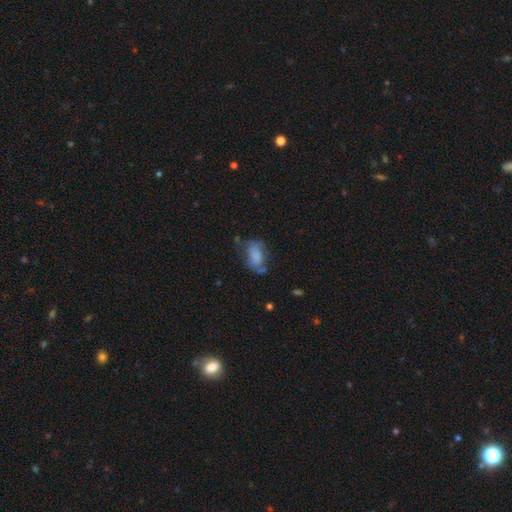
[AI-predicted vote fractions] Smooth or featured?
  - smooth: 59% *
  - featured or disk: 31%
  - star or artifact: 9%
How rounded?
  - in between: 87% *
  - round: 11%
  - cigar-shaped: 2%
Merging?
  - none: 39% *
  - minor disturbance: 30%
  - major disturbance: 25%
  - merger: 6%